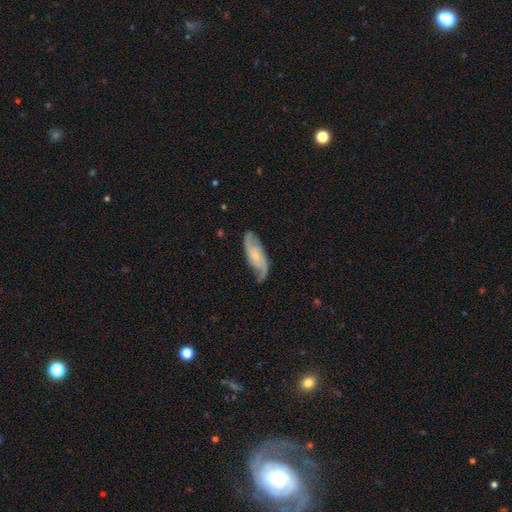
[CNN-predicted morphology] smooth_or_featured: featured or disk (p=0.71) [alt: smooth p=0.23]
disk_edge_on: no (p=0.91) [alt: yes p=0.09]
bar: no (p=0.62) [alt: weak p=0.31]
has_spiral_arms: yes (p=0.95) [alt: no p=0.05]
spiral_winding: medium (p=0.41) [alt: loose p=0.39]
spiral_arm_count: 2 (p=0.87) [alt: can't tell p=0.07]
bulge_size: small (p=0.47) [alt: moderate p=0.24]
merging: none (p=0.75) [alt: minor disturbance p=0.18]